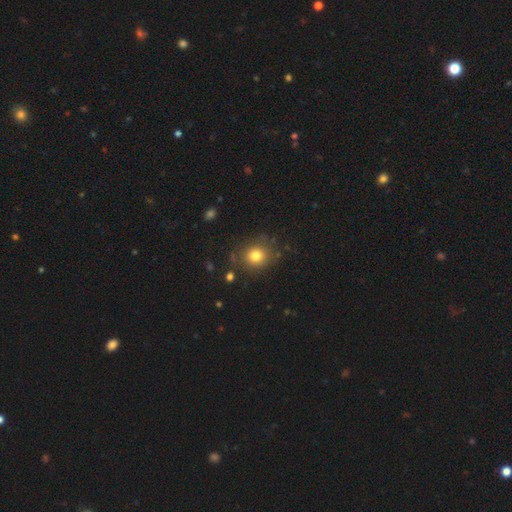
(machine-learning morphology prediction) This is likely a smooth galaxy (78%). How rounded: clearly round (81%). Merging: clearly none (81%).